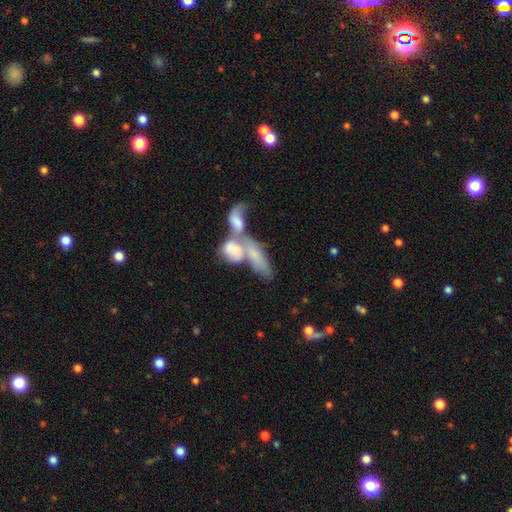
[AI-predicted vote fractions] A smooth galaxy with no disk features (56%) that is in between round and cigar-shaped (67%).

Vote fractions:
- Smooth or featured? smooth: 56% / featured or disk: 35% / star or artifact: 9%
- How rounded? in between: 67% / cigar-shaped: 25% / round: 8%
- Merging? merger: 74% / none: 11% / major disturbance: 9% / minor disturbance: 6%